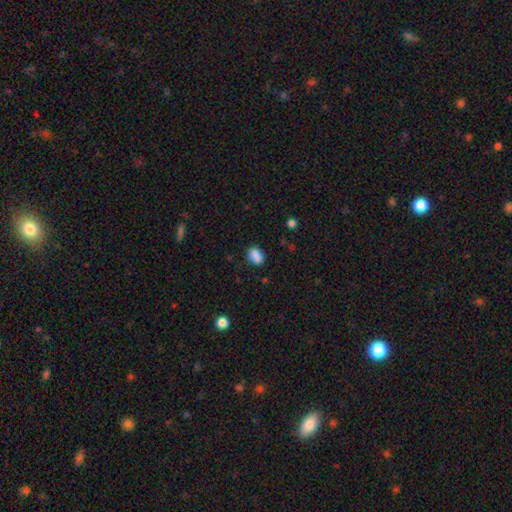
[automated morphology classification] smooth-or-featured: smooth: 85% | star or artifact: 10% | featured or disk: 6%
  how-rounded: in between: 80% | round: 19% | cigar-shaped: 2%
  merging: none: 72% | minor disturbance: 18% | merger: 5% | major disturbance: 4%